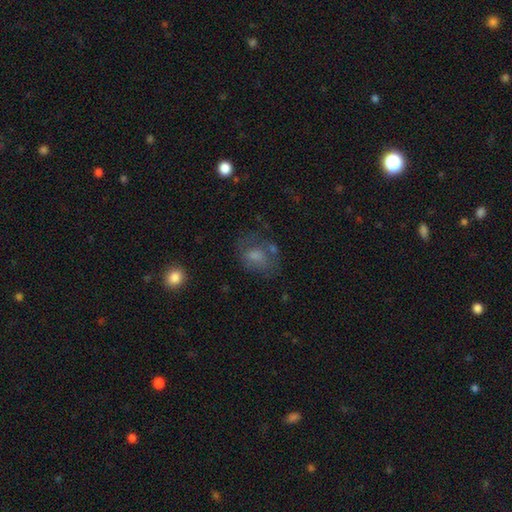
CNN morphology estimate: The model was most divided on "smooth or featured": smooth: 45%, featured or disk: 38%, star or artifact: 17%. More confident: merging — none (53%).